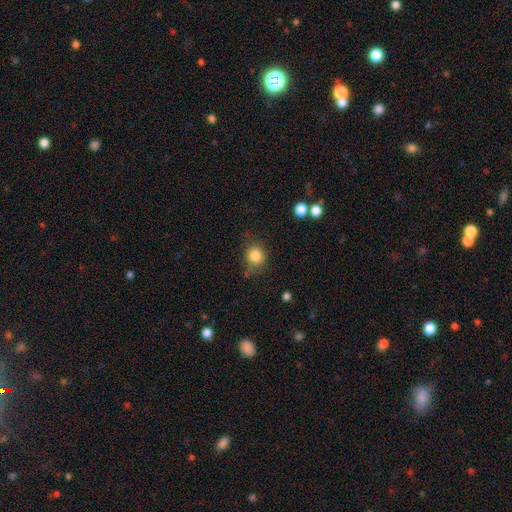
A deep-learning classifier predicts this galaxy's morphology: smooth-or-featured: smooth: 83% | star or artifact: 11% | featured or disk: 6%
  how-rounded: round: 85% | in between: 14% | cigar-shaped: 1%
  merging: none: 69% | minor disturbance: 20% | major disturbance: 6% | merger: 4%